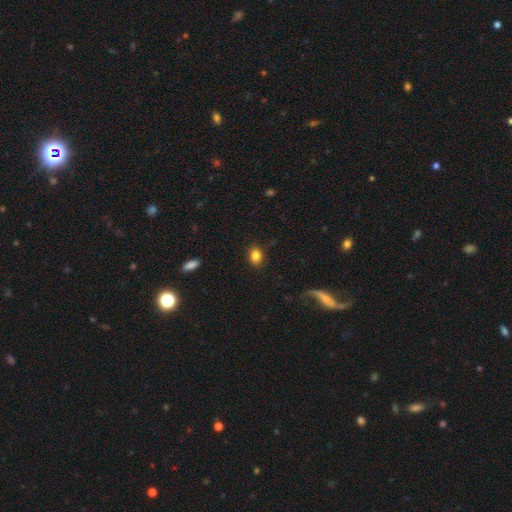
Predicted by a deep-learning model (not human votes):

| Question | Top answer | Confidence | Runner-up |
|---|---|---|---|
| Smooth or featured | smooth | 84% | star or artifact (9%) |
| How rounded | in between | 68% | round (30%) |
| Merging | none | 84% | minor disturbance (11%) |